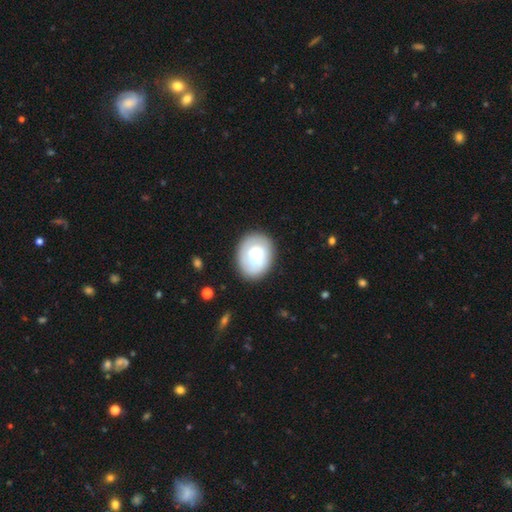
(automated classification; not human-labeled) A smooth galaxy with no disk features (56%) that is in between round and cigar-shaped (54%).

Vote fractions:
- Smooth or featured? smooth: 56% / featured or disk: 37% / star or artifact: 7%
- How rounded? in between: 54% / round: 45% / cigar-shaped: 1%
- Merging? none: 79% / minor disturbance: 14% / major disturbance: 5% / merger: 2%